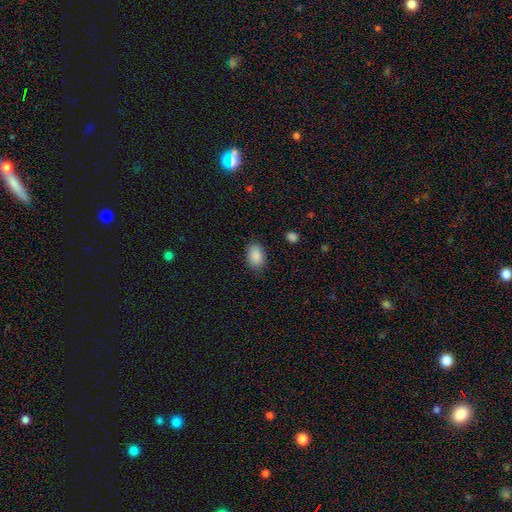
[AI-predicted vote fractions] A smooth galaxy with no disk features (89%) that is in between round and cigar-shaped (86%). Merging: none (82%).